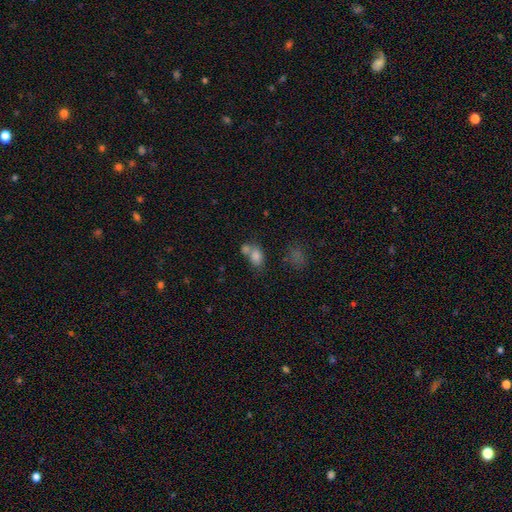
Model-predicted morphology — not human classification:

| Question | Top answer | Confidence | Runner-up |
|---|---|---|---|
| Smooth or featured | smooth | 79% | star or artifact (11%) |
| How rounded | in between | 74% | round (25%) |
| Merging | merger | 51% | none (32%) |